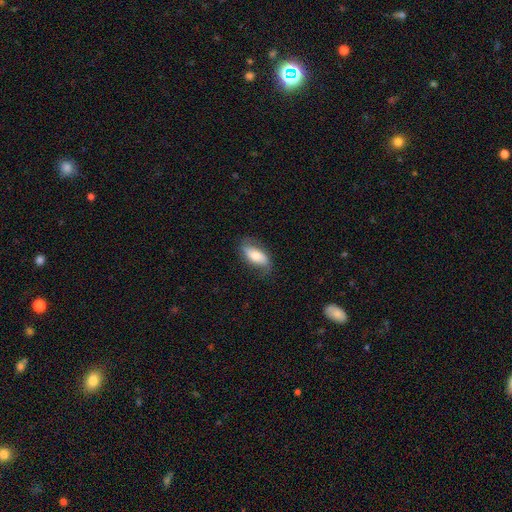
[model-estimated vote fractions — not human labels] This appears to be a smooth galaxy with no disk features (56%) that is in between round and cigar-shaped (84%). Merging: none (72%).